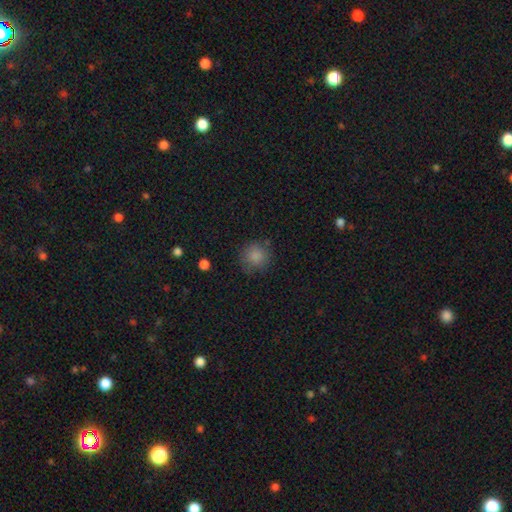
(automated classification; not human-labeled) This is clearly a smooth galaxy (85%). How rounded: clearly round (92%). Merging: clearly none (80%).